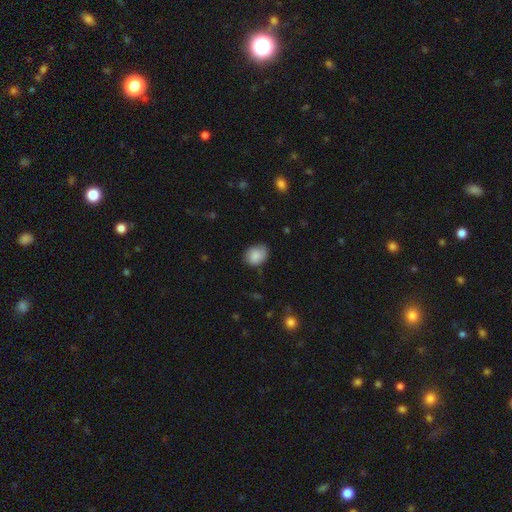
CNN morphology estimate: The model was most divided on "how rounded": in between: 57%, round: 42%, cigar-shaped: 1%. More confident: smooth or featured — smooth (83%); merging — none (70%).